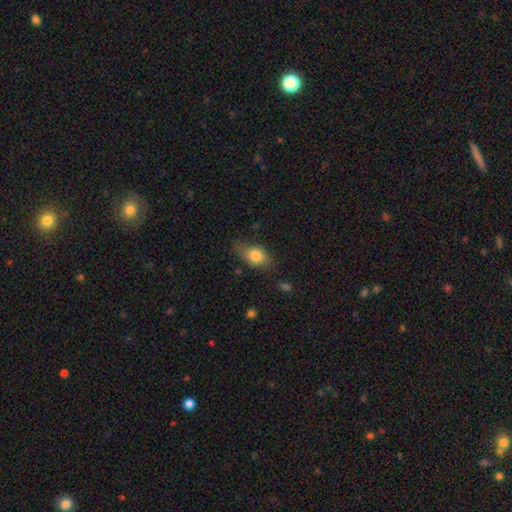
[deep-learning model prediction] smooth_or_featured: smooth (p=0.77) [alt: featured or disk p=0.15]
how_rounded: in between (p=0.76) [alt: round p=0.20]
merging: none (p=0.55) [alt: minor disturbance p=0.32]